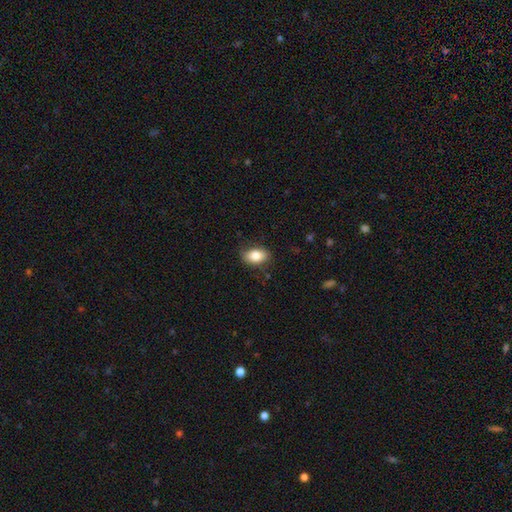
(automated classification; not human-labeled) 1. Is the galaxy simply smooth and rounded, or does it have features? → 81% smooth, 11% featured or disk, 8% star or artifact.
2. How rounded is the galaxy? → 87% in between, 12% round, 2% cigar-shaped.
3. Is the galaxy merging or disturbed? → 80% none, 15% minor disturbance, 4% major disturbance, 1% merger.